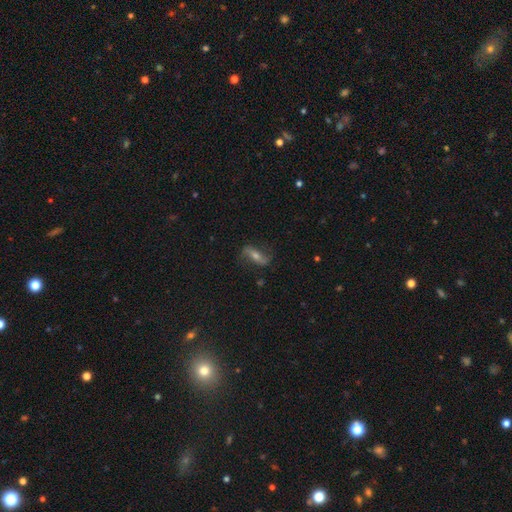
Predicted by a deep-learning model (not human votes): smooth_or_featured: featured or disk (p=0.66) [alt: smooth p=0.22]
disk_edge_on: no (p=0.82) [alt: yes p=0.18]
bar: strong (p=0.39) [alt: weak p=0.30]
has_spiral_arms: yes (p=0.87) [alt: no p=0.13]
bulge_size: moderate (p=0.52) [alt: small p=0.39]
merging: none (p=0.77) [alt: minor disturbance p=0.15]